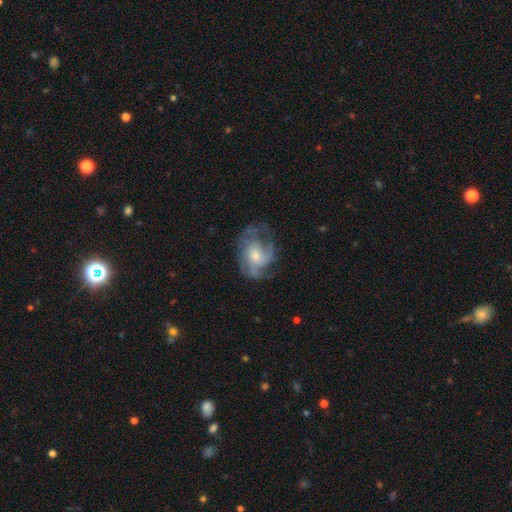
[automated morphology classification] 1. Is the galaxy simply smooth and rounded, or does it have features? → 73% featured or disk, 19% smooth, 7% star or artifact.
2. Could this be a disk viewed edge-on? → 97% no, 3% yes.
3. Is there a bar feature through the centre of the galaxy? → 77% no, 20% weak, 3% strong.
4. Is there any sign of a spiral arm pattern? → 87% yes, 13% no.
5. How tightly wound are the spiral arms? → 44% medium, 35% tight, 21% loose.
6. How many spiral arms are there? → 31% can't tell, 28% 3, 16% 2, 13% 4, 6% 1, 6% more than 4.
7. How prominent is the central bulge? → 55% moderate, 34% small, 8% large, 3% none, 1% dominant.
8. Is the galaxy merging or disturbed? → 56% none, 23% minor disturbance, 20% major disturbance, 1% merger.